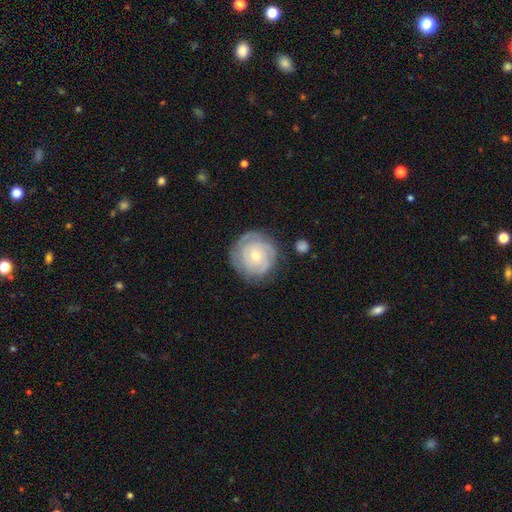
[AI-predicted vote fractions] Q: Smooth or featured?
A: featured or disk (73%); runner-up: smooth (21%)
Q: Edge-on disk?
A: no (98%); runner-up: yes (2%)
Q: Bar?
A: no (79%); runner-up: weak (18%)
Q: Spiral arms?
A: yes (88%); runner-up: no (12%)
Q: Spiral winding?
A: tight (77%); runner-up: medium (17%)
Q: Spiral arm count?
A: can't tell (41%); runner-up: 3 (21%)
Q: Bulge size?
A: small (59%); runner-up: moderate (38%)
Q: Merging?
A: none (74%); runner-up: minor disturbance (17%)